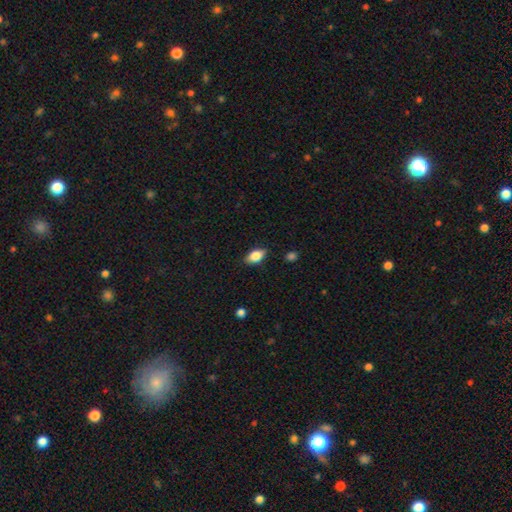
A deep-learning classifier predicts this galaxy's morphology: This is likely a smooth galaxy (76%). How rounded: clearly in between (86%). Merging: clearly none (84%).